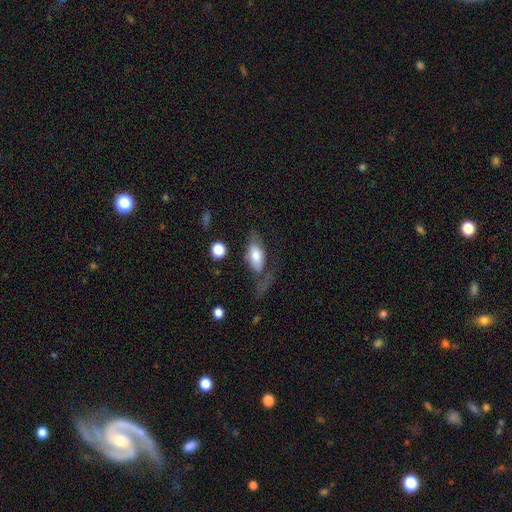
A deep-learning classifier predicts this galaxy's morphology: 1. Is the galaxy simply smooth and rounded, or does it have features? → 68% smooth, 25% featured or disk, 7% star or artifact.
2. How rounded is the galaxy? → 83% in between, 13% cigar-shaped, 4% round.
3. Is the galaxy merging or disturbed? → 37% none, 34% major disturbance, 24% minor disturbance, 5% merger.